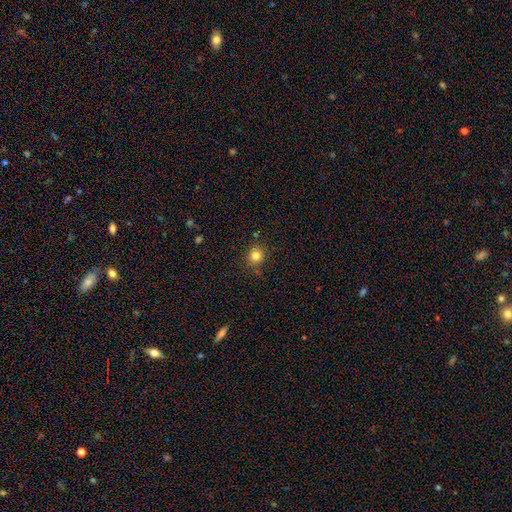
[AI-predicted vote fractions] The model was most divided on "smooth or featured": smooth: 81%, star or artifact: 13%, featured or disk: 6%. More confident: how rounded — round (89%); merging — none (84%).